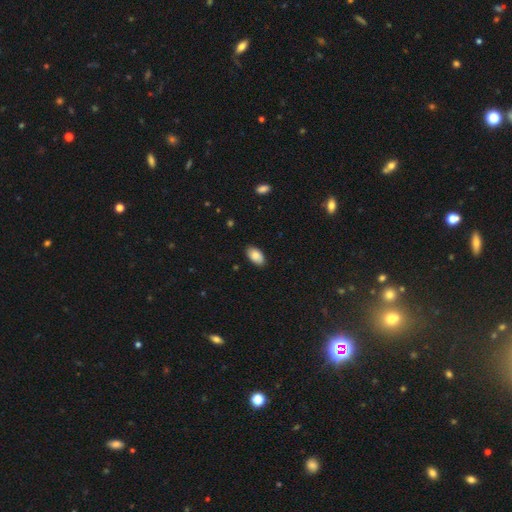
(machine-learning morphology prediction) smooth 86%, featured or disk 7%, star or artifact 7%. Down the decision tree: how rounded — in between (95%); merging — none (87%).